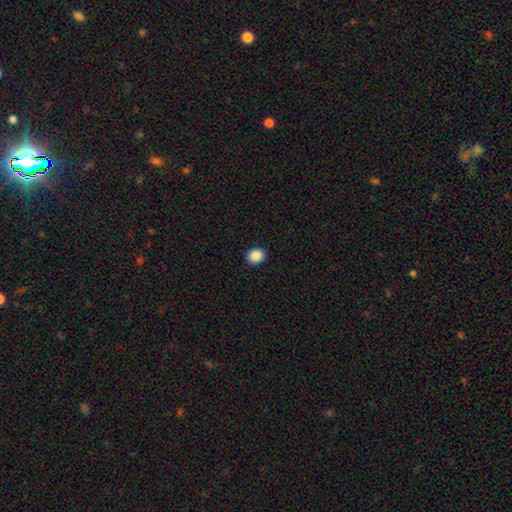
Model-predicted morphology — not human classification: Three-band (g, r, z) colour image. It shows a smooth galaxy with no disk features (89%) that is round (64%). Merging: none (92%).